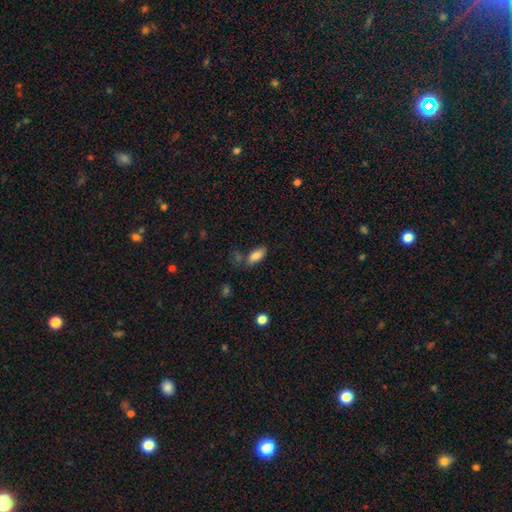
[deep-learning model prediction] The model was most divided on "merging": none: 61%, minor disturbance: 21%, merger: 10%, major disturbance: 7%. More confident: how rounded — in between (86%); smooth or featured — smooth (84%).